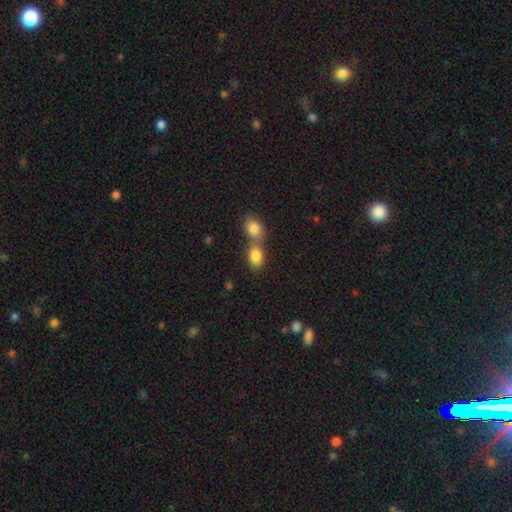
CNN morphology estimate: A smooth galaxy with no disk features (85%) that is in between round and cigar-shaped (68%). Merging: merger (60%).